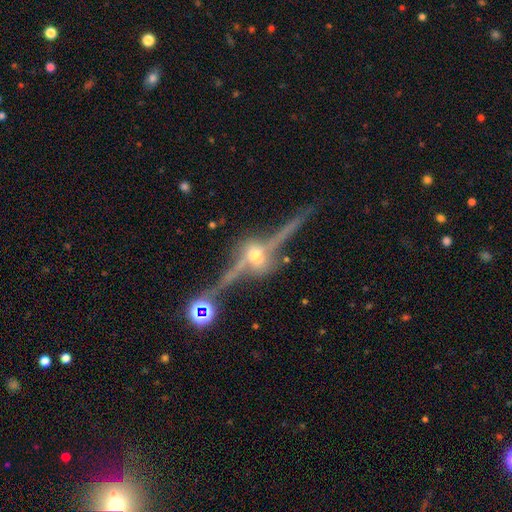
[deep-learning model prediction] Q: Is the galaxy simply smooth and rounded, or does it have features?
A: featured or disk — 87%.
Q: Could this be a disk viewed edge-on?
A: yes — 95%.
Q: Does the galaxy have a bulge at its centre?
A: rounded — 95%.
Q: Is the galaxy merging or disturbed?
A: none — 76%.